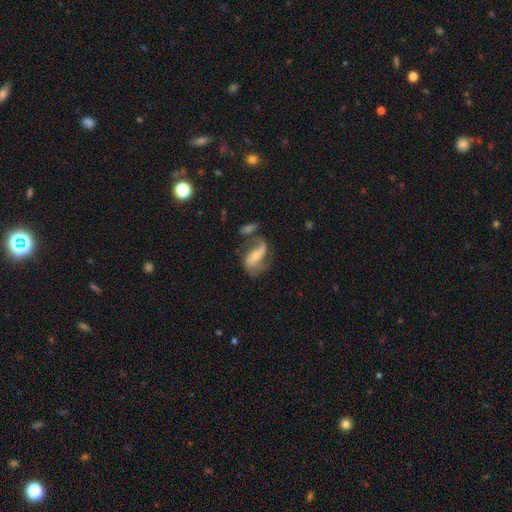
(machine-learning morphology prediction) A featured or disk galaxy (71%) with a strong bar (36%), 2 (79%) loose (54%) spiral arms (86%) and a small central bulge (51%). Merging: none (42%).